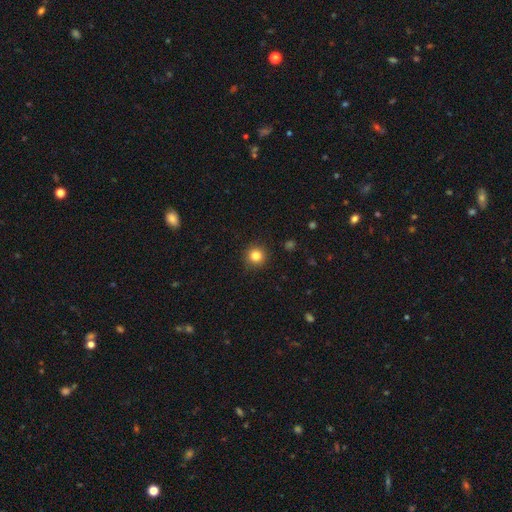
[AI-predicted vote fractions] Overall: smooth (83%). How rounded: round (94%). Merging: none (91%).